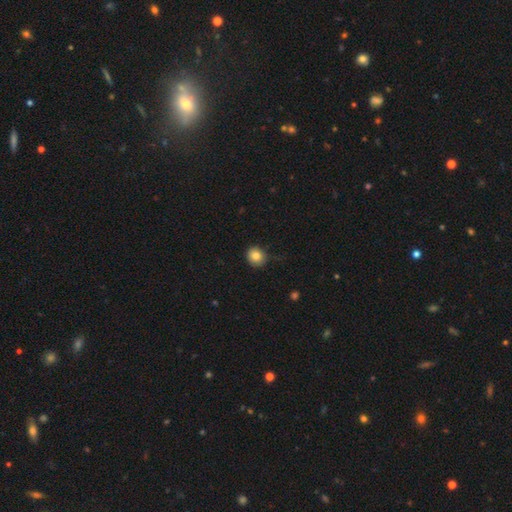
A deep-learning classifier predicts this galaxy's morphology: Smooth or featured?
  - smooth: 82% *
  - star or artifact: 10%
  - featured or disk: 8%
How rounded?
  - round: 82% *
  - in between: 17%
  - cigar-shaped: 1%
Merging?
  - none: 78% *
  - minor disturbance: 17%
  - major disturbance: 3%
  - merger: 1%